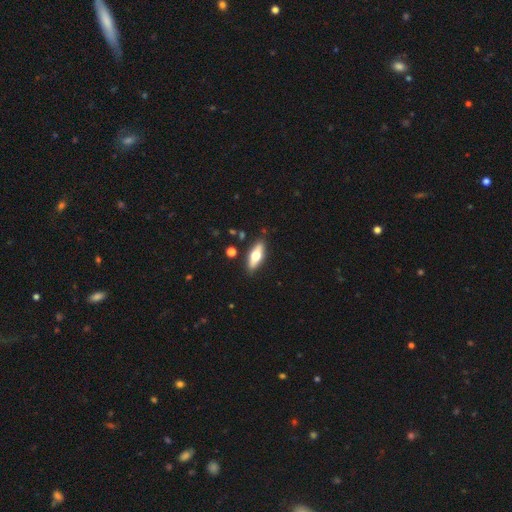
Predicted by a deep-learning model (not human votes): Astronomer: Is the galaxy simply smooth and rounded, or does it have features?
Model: smooth — 51% (runner-up: featured or disk, 43%).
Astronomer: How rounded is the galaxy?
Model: in between — 61%.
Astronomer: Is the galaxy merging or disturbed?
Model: none — 86%.